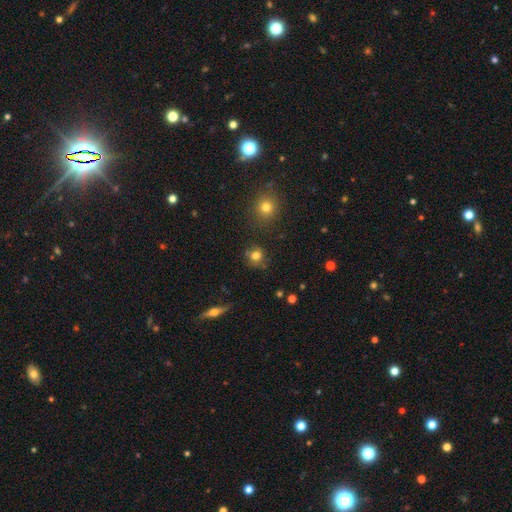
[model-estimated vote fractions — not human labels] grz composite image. It shows a smooth galaxy with no disk features (75%) that is round (86%). Merging: none (76%).